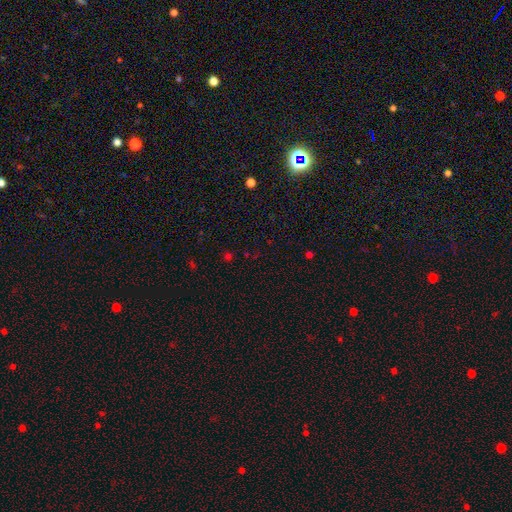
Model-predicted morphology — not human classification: A star or artifact, not a galaxy (62%).

Vote fractions:
- Smooth or featured? star or artifact: 62% / smooth: 30% / featured or disk: 8%